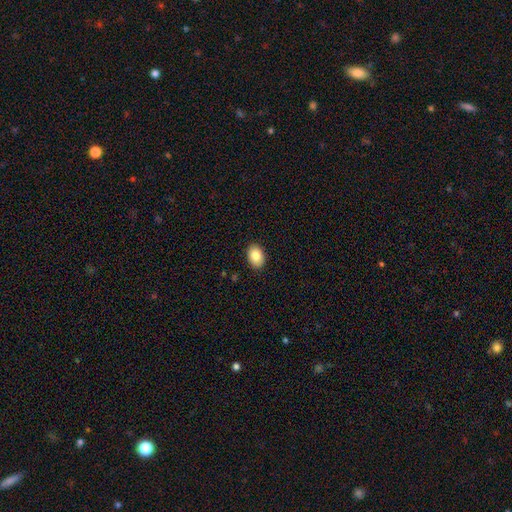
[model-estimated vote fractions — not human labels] Smooth or featured? smooth (85%)
How rounded? in between (79%)
Merging? none (90%)